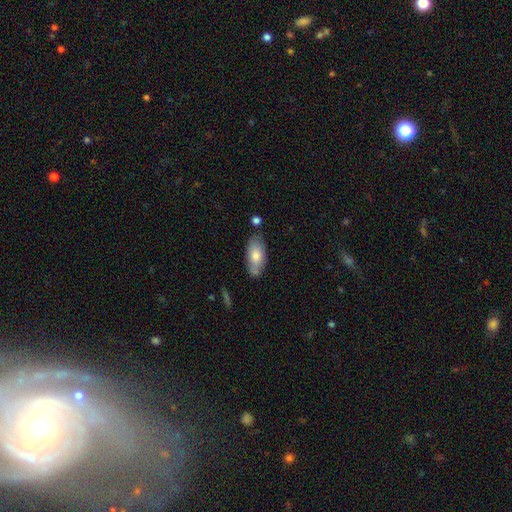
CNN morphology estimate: smooth_or_featured: smooth (p=0.76) [alt: featured or disk p=0.18]
how_rounded: in between (p=0.90) [alt: cigar-shaped p=0.07]
merging: none (p=0.72) [alt: minor disturbance p=0.18]